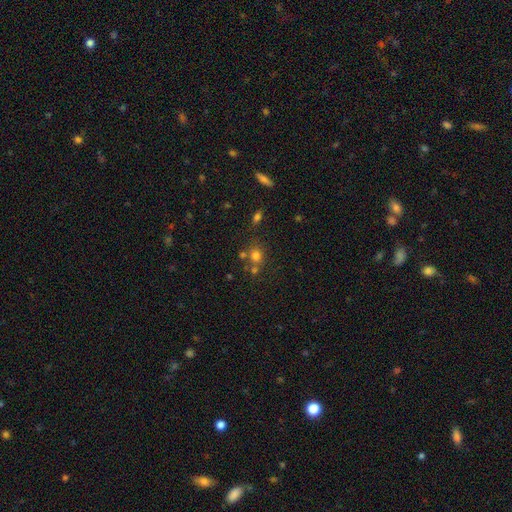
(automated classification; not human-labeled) smooth_or_featured: smooth (p=0.72) [alt: star or artifact p=0.18]
how_rounded: round (p=0.78) [alt: in between p=0.21]
merging: none (p=0.61) [alt: merger p=0.22]